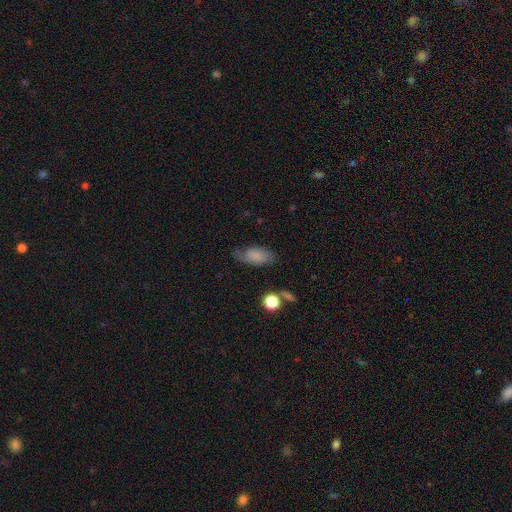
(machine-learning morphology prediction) Overall: smooth (65%). How rounded: in between (89%). Merging: none (63%; minor disturbance 25%).